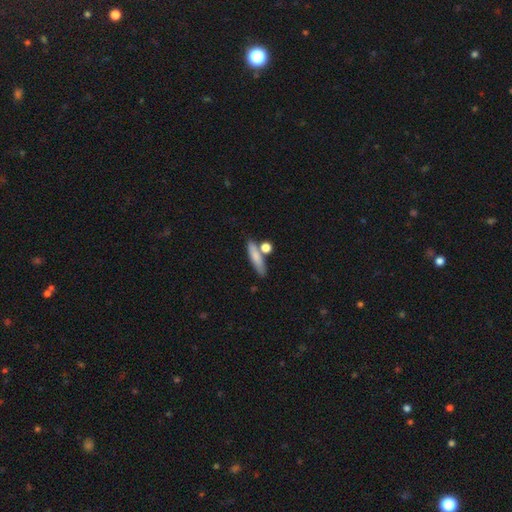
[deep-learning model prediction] A smooth galaxy with no disk features (76%) that is cigar-shaped (71%).

Vote fractions:
- Smooth or featured? smooth: 76% / featured or disk: 17% / star or artifact: 7%
- How rounded? cigar-shaped: 71% / in between: 23% / round: 6%
- Merging? none: 67% / merger: 17% / minor disturbance: 12% / major disturbance: 4%